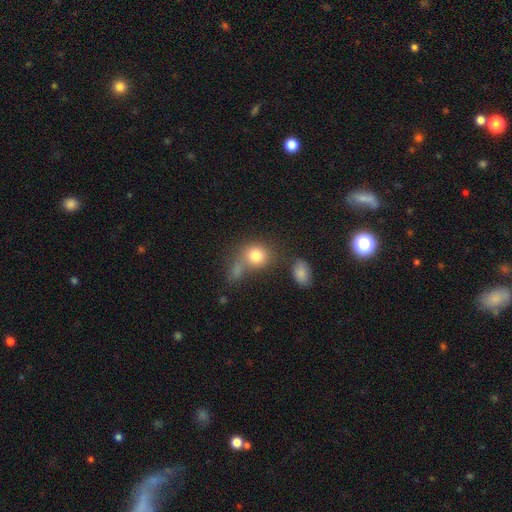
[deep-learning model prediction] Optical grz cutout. It shows a smooth galaxy with no disk features (79%) that is round (73%). Merging: none (47%).